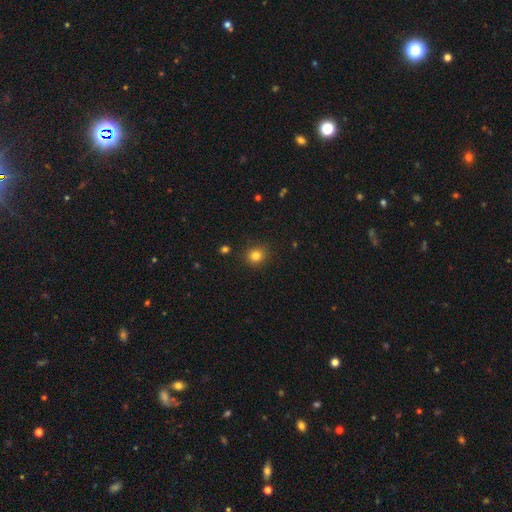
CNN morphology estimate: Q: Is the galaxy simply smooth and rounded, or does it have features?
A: smooth — 82%.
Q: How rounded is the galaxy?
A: round — 87%.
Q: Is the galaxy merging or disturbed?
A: none — 89%.